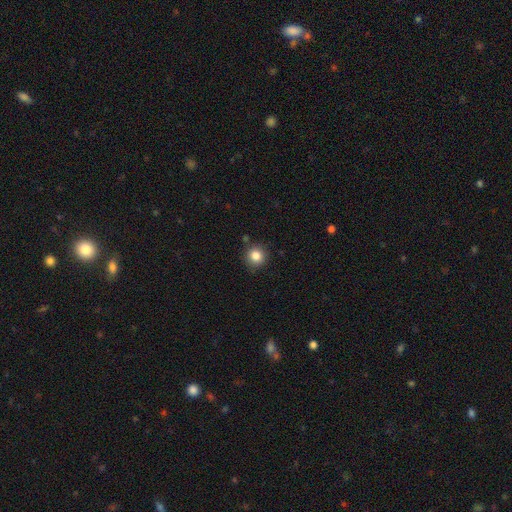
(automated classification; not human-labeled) Overall: smooth (84%). How rounded: round (92%). Merging: none (85%).